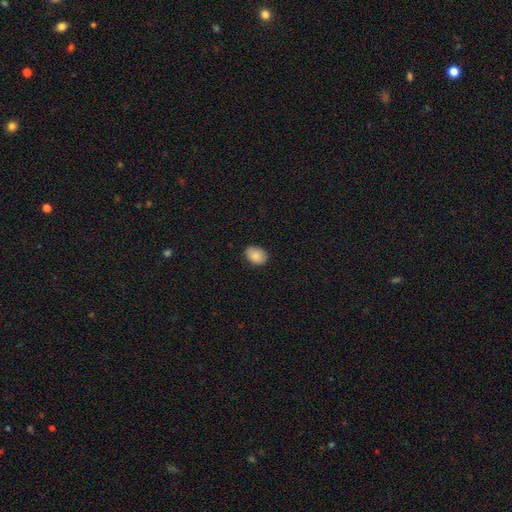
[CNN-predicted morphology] A smooth galaxy with no disk features (85%) that is in between round and cigar-shaped (74%).

Vote fractions:
- Smooth or featured? smooth: 85% / star or artifact: 8% / featured or disk: 8%
- How rounded? in between: 74% / round: 25% / cigar-shaped: 1%
- Merging? none: 84% / minor disturbance: 13% / major disturbance: 2% / merger: 1%